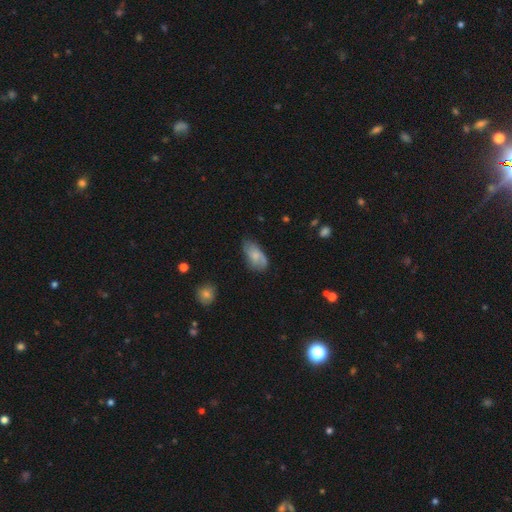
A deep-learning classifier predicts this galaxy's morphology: type=smooth (65%); roundness=in between (92%); merging=none (56%).